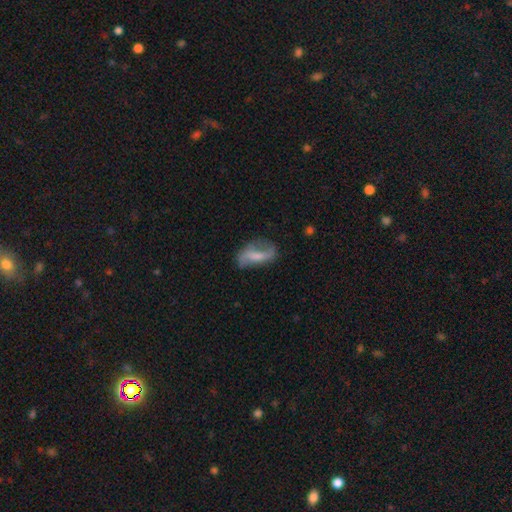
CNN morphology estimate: A featured or disk galaxy (62%) with a weak bar (40%), spiral arms (82%) and a small central bulge (35%).

Vote fractions:
- Smooth or featured? featured or disk: 62% / smooth: 30% / star or artifact: 8%
- Edge-on disk? no: 93% / yes: 7%
- Bar? weak: 40% / strong: 31% / no: 28%
- Spiral arms? yes: 82% / no: 18%
- Bulge size? small: 35% / none: 30% / moderate: 28% / large: 6% / dominant: 2%
- Merging? none: 59% / minor disturbance: 23% / major disturbance: 15% / merger: 3%